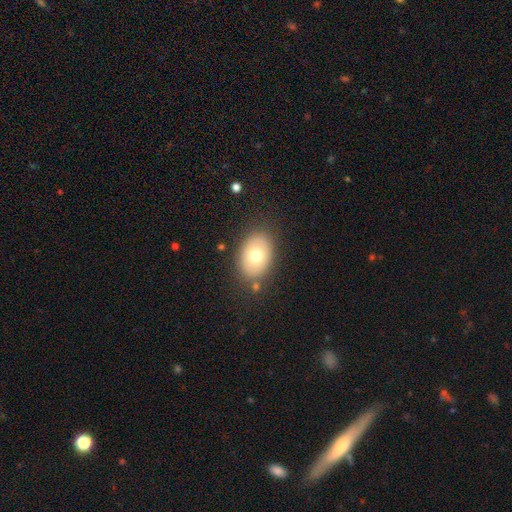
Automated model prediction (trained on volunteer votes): Smooth or featured?
  - smooth: 70% *
  - featured or disk: 23%
  - star or artifact: 8%
How rounded?
  - in between: 80% *
  - round: 19%
  - cigar-shaped: 1%
Merging?
  - none: 82% *
  - minor disturbance: 11%
  - major disturbance: 4%
  - merger: 3%